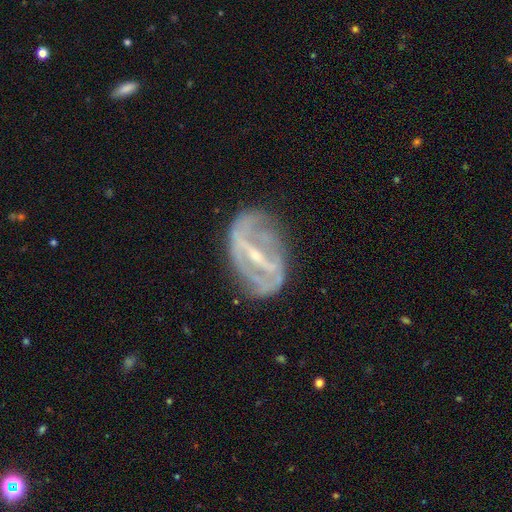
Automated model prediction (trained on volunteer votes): Smooth or featured?
  - featured or disk: 85% *
  - smooth: 9%
  - star or artifact: 6%
Edge-on disk?
  - no: 92% *
  - yes: 8%
Bar?
  - strong: 76% *
  - weak: 18%
  - no: 6%
Spiral arms?
  - yes: 70% *
  - no: 30%
Spiral winding?
  - tight: 39% *
  - medium: 38%
  - loose: 24%
Spiral arm count?
  - 2: 58% *
  - can't tell: 27%
  - 3: 6%
  - 1: 5%
  - 4: 3%
  - more than 4: 2%
Bulge size?
  - small: 70% *
  - moderate: 26%
  - none: 2%
  - large: 1%
  - dominant: 1%
Merging?
  - none: 64% *
  - minor disturbance: 21%
  - major disturbance: 13%
  - merger: 2%